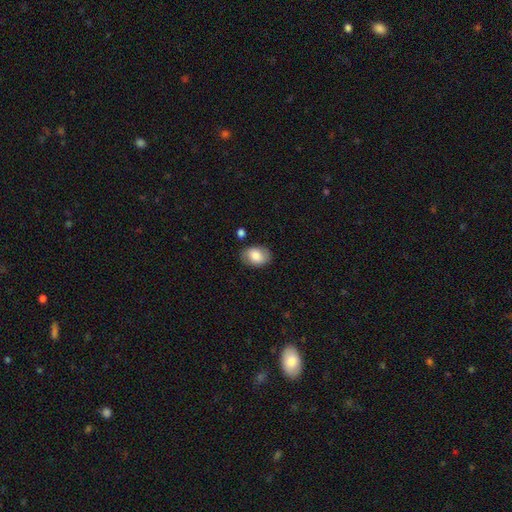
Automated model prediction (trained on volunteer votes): smooth_or_featured: smooth (p=0.78) [alt: featured or disk p=0.15]
how_rounded: in between (p=0.80) [alt: round p=0.19]
merging: none (p=0.79) [alt: minor disturbance p=0.15]